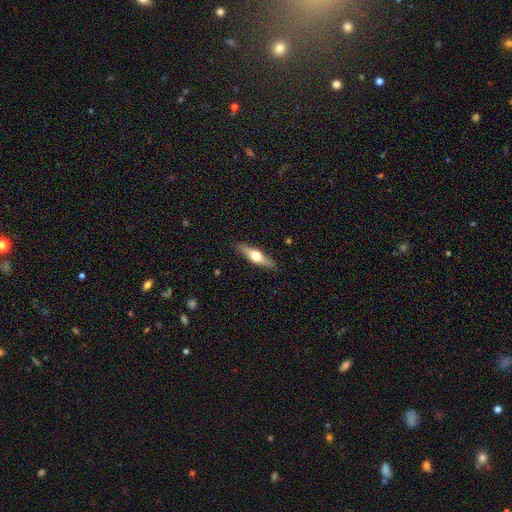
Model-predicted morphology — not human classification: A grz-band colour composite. It shows a featured or disk galaxy (53%) viewed edge-on (93%). Merging: none (90%).